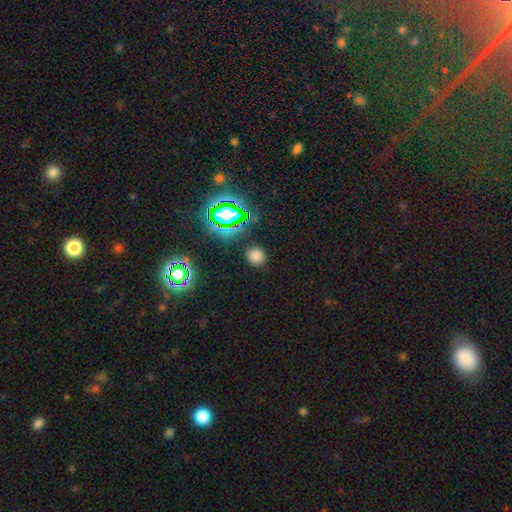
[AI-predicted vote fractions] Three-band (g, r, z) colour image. It shows a smooth galaxy with no disk features (70%) that is round (90%). Merging: none (87%).